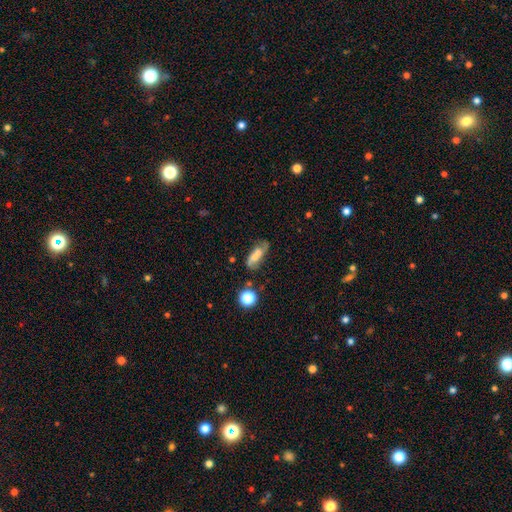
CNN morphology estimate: Smooth or featured? smooth (45%)
Merging? none (43%)